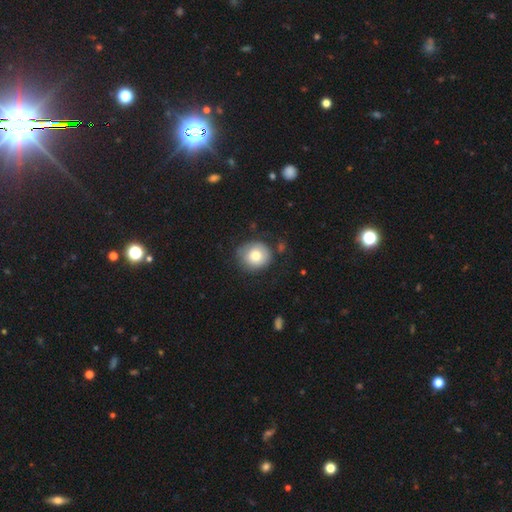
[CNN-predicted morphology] A smooth galaxy with no disk features (78%) that is round (83%).

Vote fractions:
- Smooth or featured? smooth: 78% / featured or disk: 14% / star or artifact: 8%
- How rounded? round: 83% / in between: 16% / cigar-shaped: 1%
- Merging? none: 71% / minor disturbance: 20% / major disturbance: 6% / merger: 3%